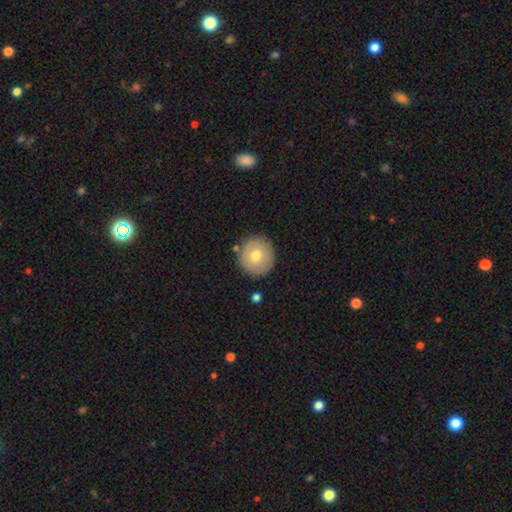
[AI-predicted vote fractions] Smooth or featured: smooth — 72% (featured or disk — 21%)
How rounded: round — 92% (in between — 7%)
Merging: none — 86% (minor disturbance — 9%)